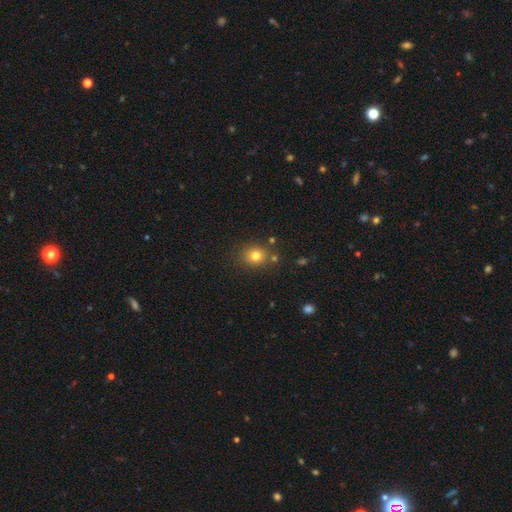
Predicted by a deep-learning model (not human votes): Smooth or featured?
  - smooth: 79% *
  - star or artifact: 14%
  - featured or disk: 8%
How rounded?
  - round: 69% *
  - in between: 30%
  - cigar-shaped: 1%
Merging?
  - none: 80% *
  - minor disturbance: 11%
  - merger: 6%
  - major disturbance: 3%